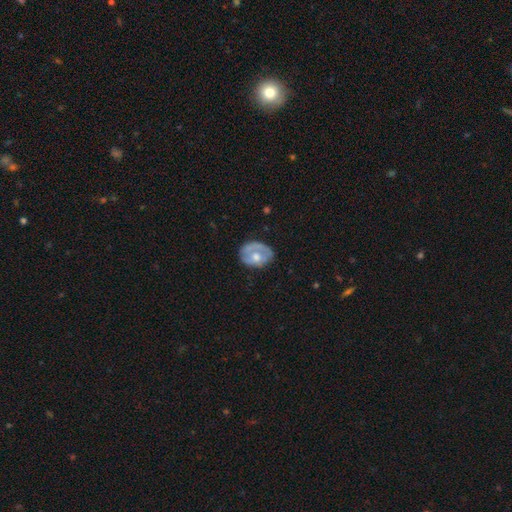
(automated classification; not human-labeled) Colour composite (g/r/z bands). It shows a featured or disk galaxy (48%). Merging: none (53%).